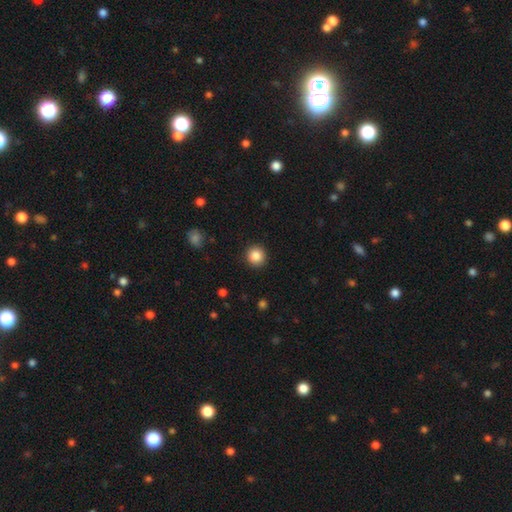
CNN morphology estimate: Smooth or featured? smooth (86%)
How rounded? round (94%)
Merging? none (92%)